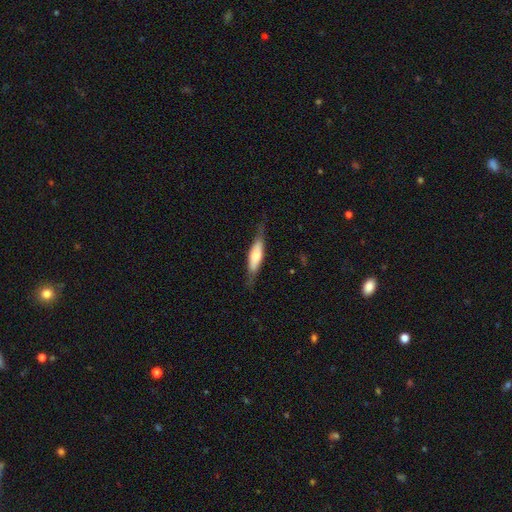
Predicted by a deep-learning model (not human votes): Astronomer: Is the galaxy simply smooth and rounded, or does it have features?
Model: smooth — 55% (runner-up: featured or disk, 39%).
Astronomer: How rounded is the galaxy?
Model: cigar-shaped — 64%.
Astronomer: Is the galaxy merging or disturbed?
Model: none — 74%.